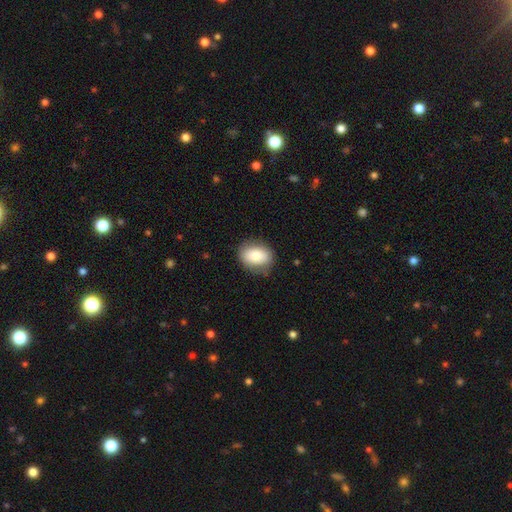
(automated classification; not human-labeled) smooth_or_featured: smooth (p=0.77) [alt: featured or disk p=0.16]
how_rounded: in between (p=0.68) [alt: round p=0.30]
merging: none (p=0.80) [alt: minor disturbance p=0.15]